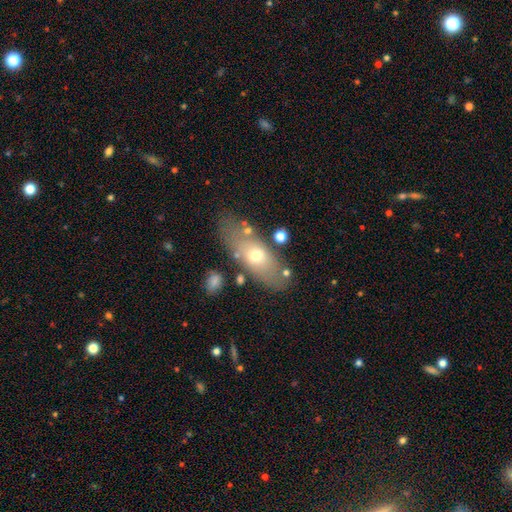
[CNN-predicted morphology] A smooth galaxy with no disk features (57%) that is in between round and cigar-shaped (74%). Merging: none (74%).